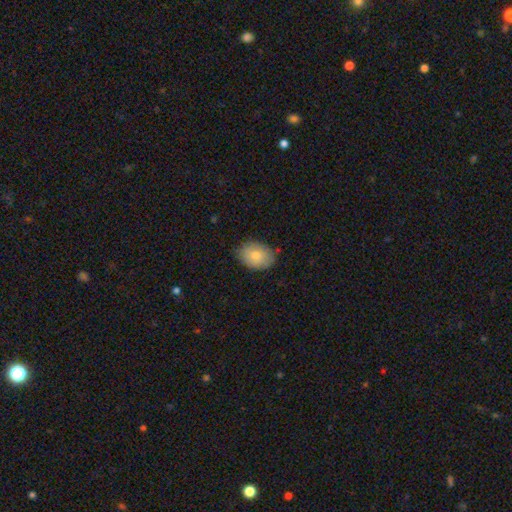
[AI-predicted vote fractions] smooth_or_featured: smooth (p=0.79) [alt: featured or disk p=0.14]
how_rounded: in between (p=0.73) [alt: round p=0.26]
merging: none (p=0.79) [alt: minor disturbance p=0.17]